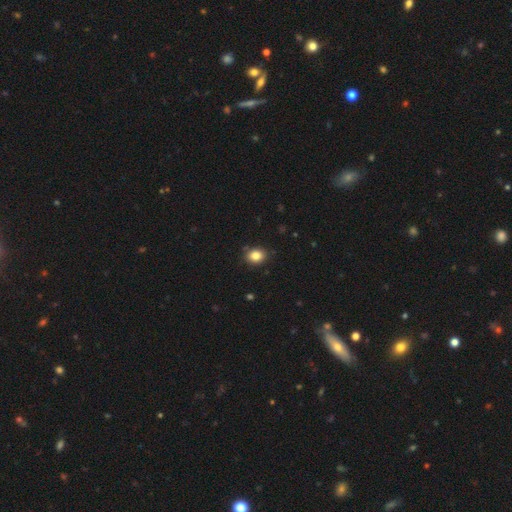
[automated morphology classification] This appears to be a smooth galaxy with no disk features (84%) that is round (52%). Merging: none (85%).